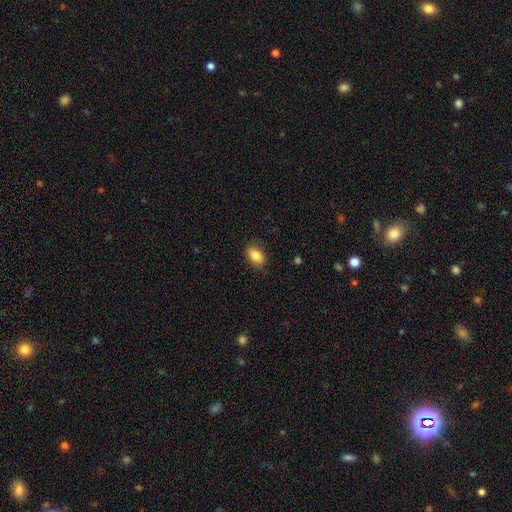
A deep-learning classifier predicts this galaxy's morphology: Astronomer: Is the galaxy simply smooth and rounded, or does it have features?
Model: smooth — 84%.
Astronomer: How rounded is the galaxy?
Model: in between — 87%.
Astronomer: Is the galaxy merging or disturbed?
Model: none — 81%.